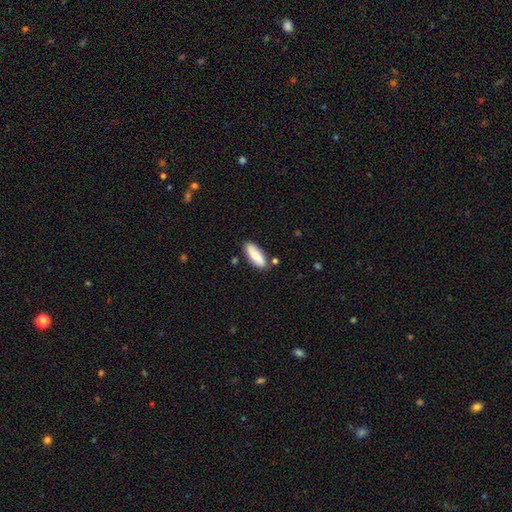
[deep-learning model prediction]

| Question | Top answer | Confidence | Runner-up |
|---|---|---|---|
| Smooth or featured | smooth | 79% | featured or disk (15%) |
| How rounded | in between | 72% | cigar-shaped (26%) |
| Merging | none | 81% | minor disturbance (12%) |